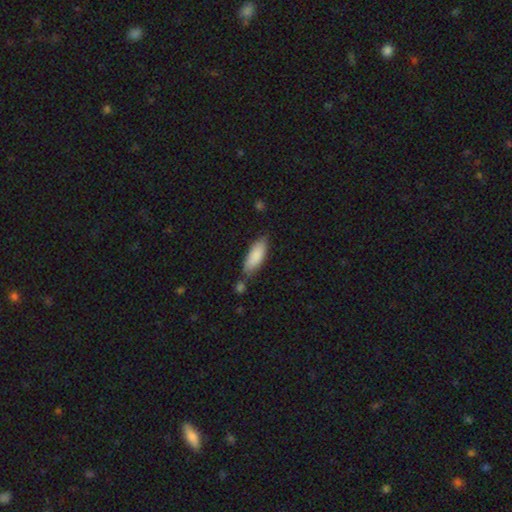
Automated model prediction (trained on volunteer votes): The model was most divided on "how rounded": in between: 68%, cigar-shaped: 30%, round: 2%. More confident: smooth or featured — smooth (86%); merging — none (68%).